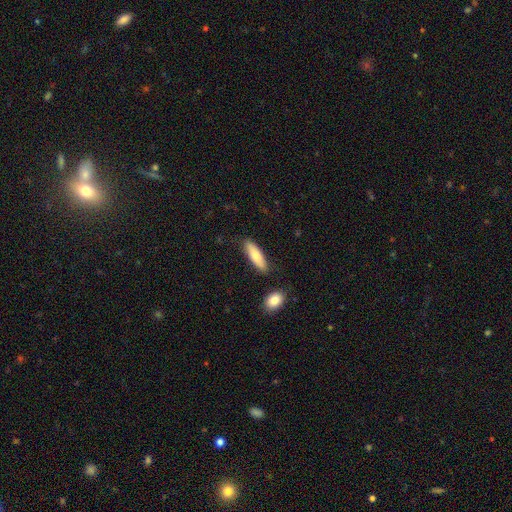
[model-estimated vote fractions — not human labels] This is likely a smooth galaxy (76%). How rounded: possibly cigar-shaped (53%). Merging: clearly none (83%).